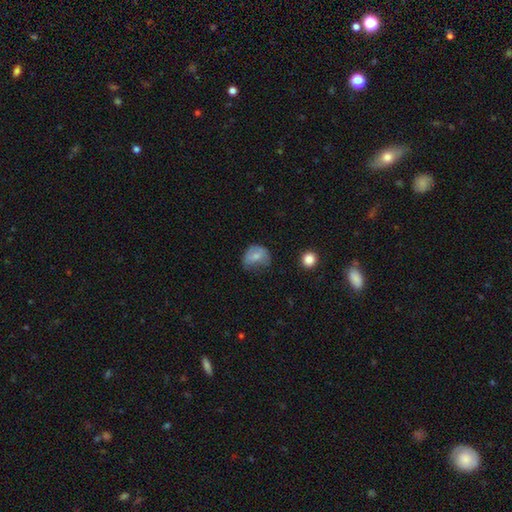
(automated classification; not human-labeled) Morphology: type=smooth (70%); roundness=in between (51%); merging=none (39%).